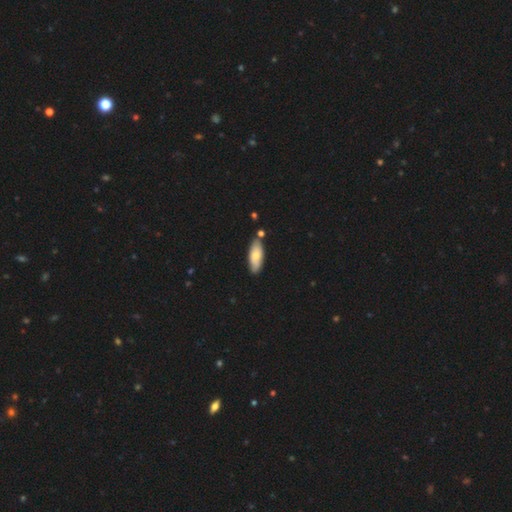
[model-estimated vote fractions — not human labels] smooth_or_featured: smooth (p=0.68) [alt: featured or disk p=0.26]
how_rounded: in between (p=0.75) [alt: cigar-shaped p=0.23]
merging: none (p=0.74) [alt: minor disturbance p=0.16]